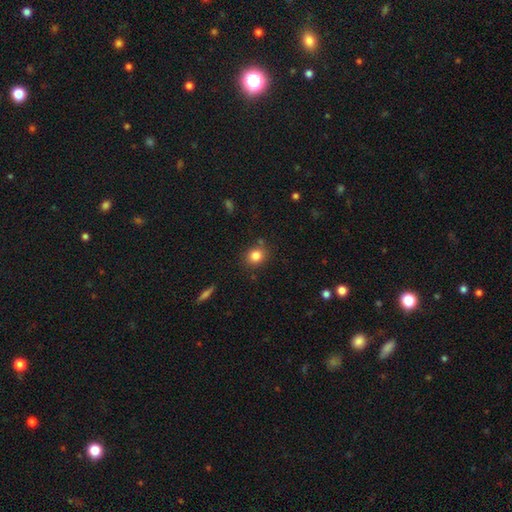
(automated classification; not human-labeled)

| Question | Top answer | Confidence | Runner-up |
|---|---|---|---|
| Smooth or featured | smooth | 82% | star or artifact (11%) |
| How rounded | round | 75% | in between (24%) |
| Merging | none | 81% | minor disturbance (11%) |